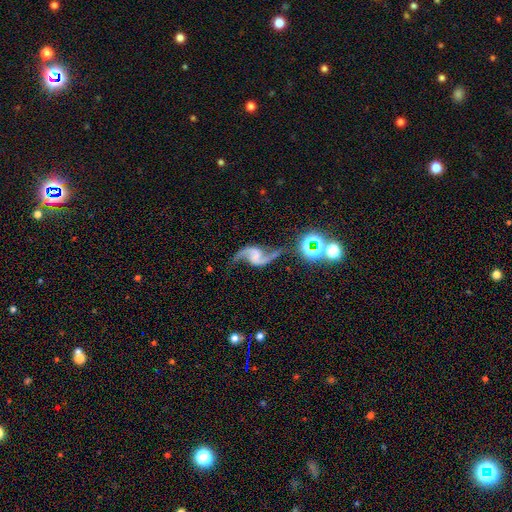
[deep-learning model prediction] A featured or disk galaxy (89%) with no bar (41%), 2 (94%) loose (83%) spiral arms (97%) and no central bulge (56%). Merging: none (66%).